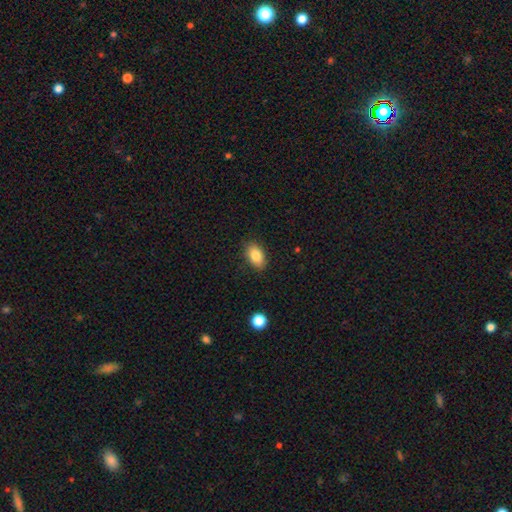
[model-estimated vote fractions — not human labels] A smooth galaxy with no disk features (84%) that is in between round and cigar-shaped (90%).

Vote fractions:
- Smooth or featured? smooth: 84% / star or artifact: 8% / featured or disk: 8%
- How rounded? in between: 90% / round: 8% / cigar-shaped: 2%
- Merging? none: 87% / minor disturbance: 9% / major disturbance: 2% / merger: 1%